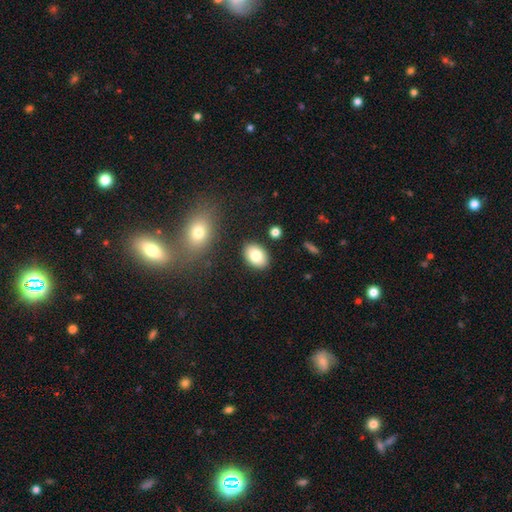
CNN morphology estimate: This is clearly a smooth galaxy (81%). How rounded: clearly in between (82%). Merging: clearly none (86%).